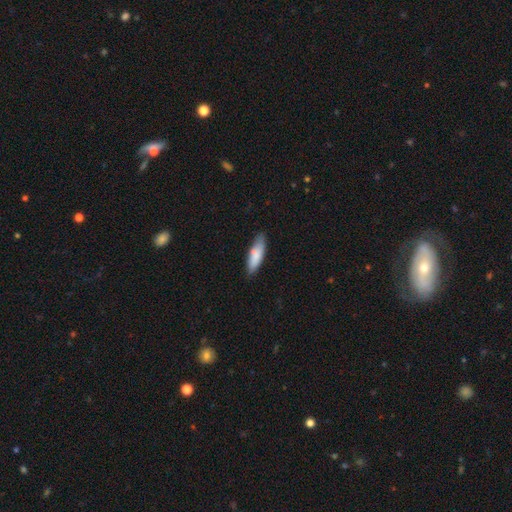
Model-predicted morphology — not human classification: Overall: smooth (83%). How rounded: in between (49%, tied with cigar-shaped). Merging: none (77%).